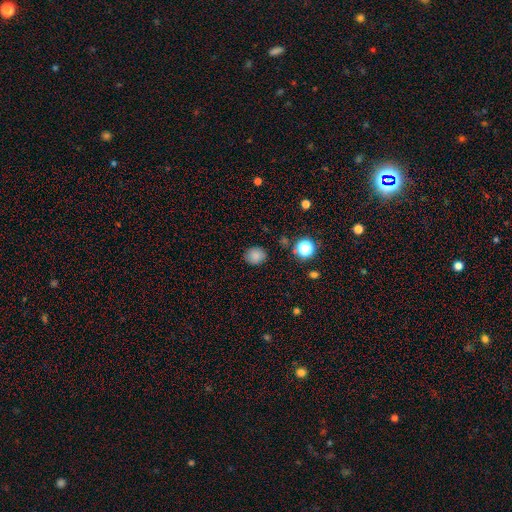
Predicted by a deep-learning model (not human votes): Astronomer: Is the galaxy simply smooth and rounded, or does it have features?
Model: smooth — 81%.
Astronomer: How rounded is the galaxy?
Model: round — 68%.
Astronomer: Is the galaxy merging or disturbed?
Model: none — 86%.